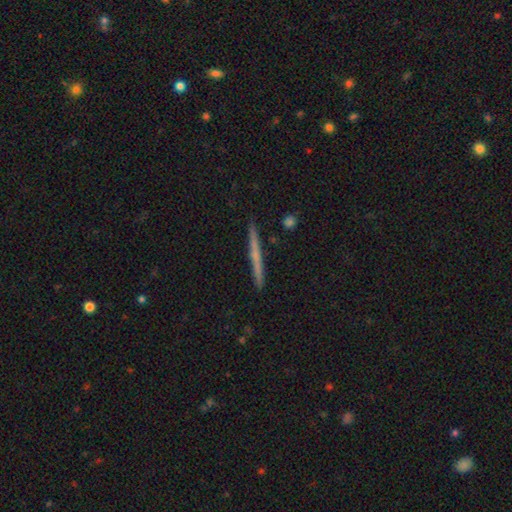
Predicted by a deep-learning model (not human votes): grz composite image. It shows a featured or disk galaxy (50%) viewed edge-on (98%). Merging: none (91%).